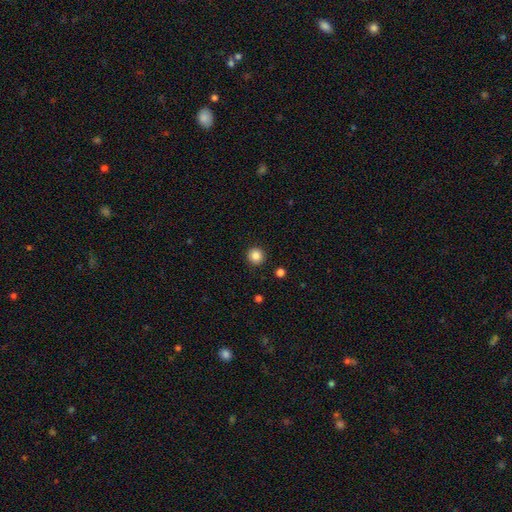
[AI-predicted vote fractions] Overall: smooth (85%). How rounded: round (94%). Merging: none (92%).